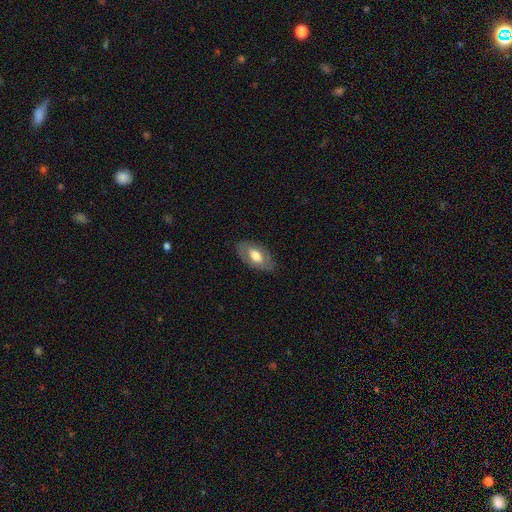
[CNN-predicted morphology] A smooth galaxy with no disk features (58%) that is in between round and cigar-shaped (93%).

Vote fractions:
- Smooth or featured? smooth: 58% / featured or disk: 36% / star or artifact: 6%
- How rounded? in between: 93% / round: 5% / cigar-shaped: 3%
- Merging? none: 81% / minor disturbance: 14% / major disturbance: 4% / merger: 1%